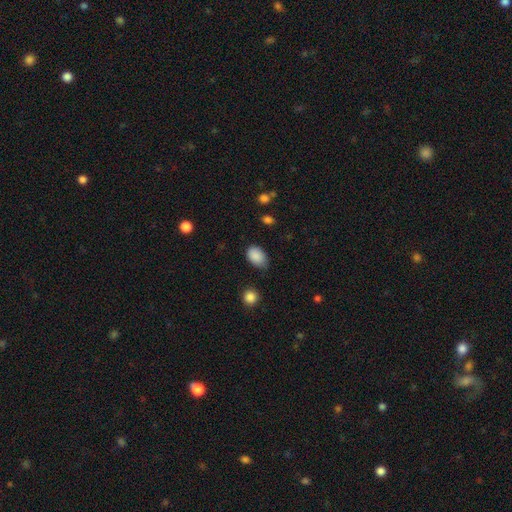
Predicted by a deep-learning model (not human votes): This appears to be a smooth galaxy with no disk features (88%) that is in between round and cigar-shaped (84%). Merging: none (66%).